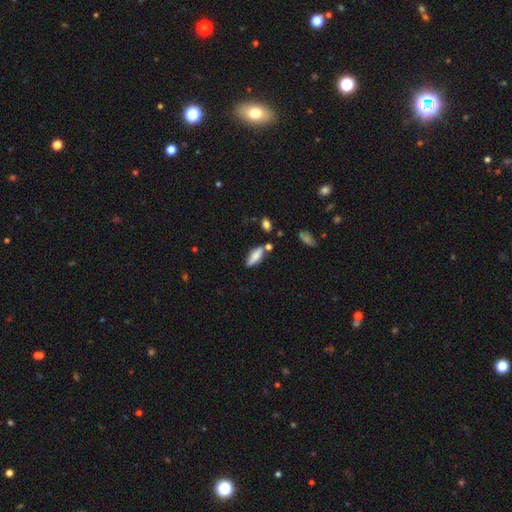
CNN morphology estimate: Smooth or featured: smooth — 76% (featured or disk — 17%)
How rounded: in between — 56% (cigar-shaped — 42%)
Merging: none — 71% (minor disturbance — 16%)